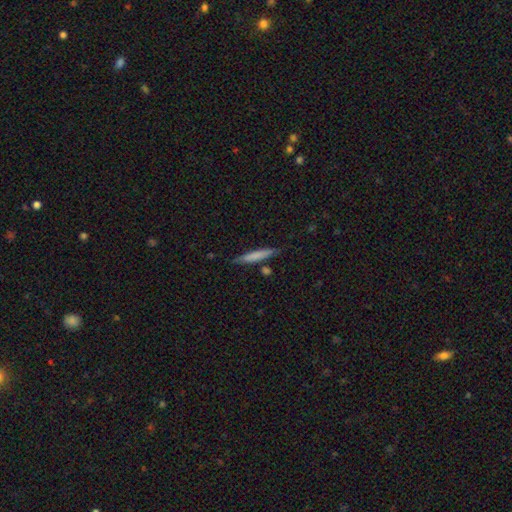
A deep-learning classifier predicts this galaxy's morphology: type=smooth (69%); roundness=cigar-shaped (93%); merging=none (81%).